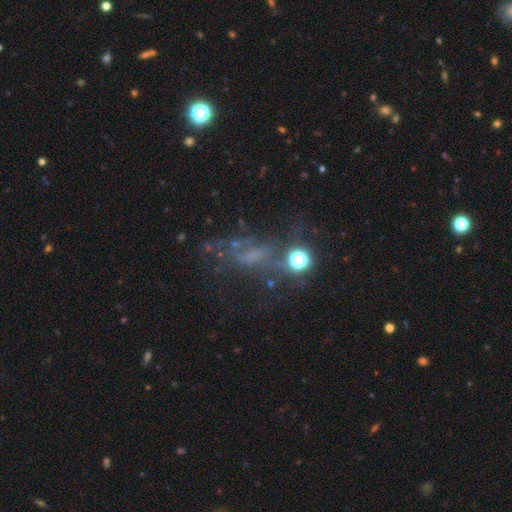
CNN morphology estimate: featured or disk 40%, star or artifact 39%, smooth 21%. Down the decision tree: merging — none (45%).